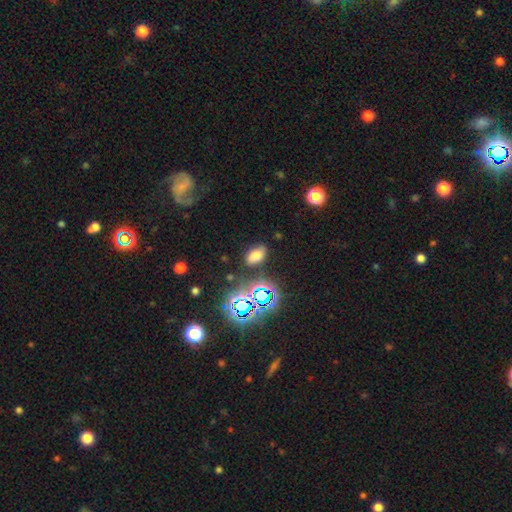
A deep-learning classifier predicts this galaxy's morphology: The model was most divided on "smooth or featured": smooth: 63%, star or artifact: 28%, featured or disk: 9%. More confident: how rounded — in between (89%); merging — none (80%).